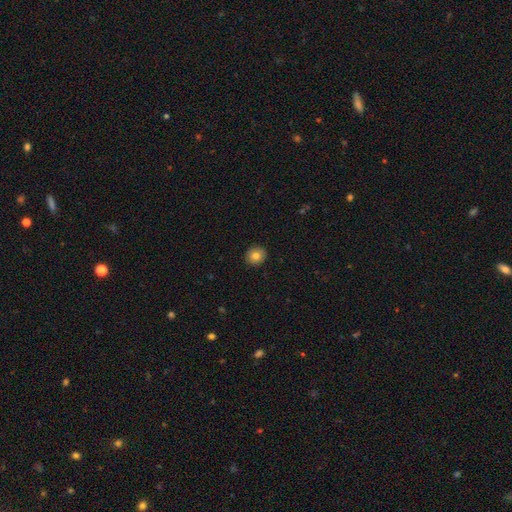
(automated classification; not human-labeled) smooth-or-featured: smooth: 82% | star or artifact: 9% | featured or disk: 9%
  how-rounded: round: 86% | in between: 13% | cigar-shaped: 1%
  merging: none: 92% | minor disturbance: 6% | major disturbance: 1% | merger: 1%